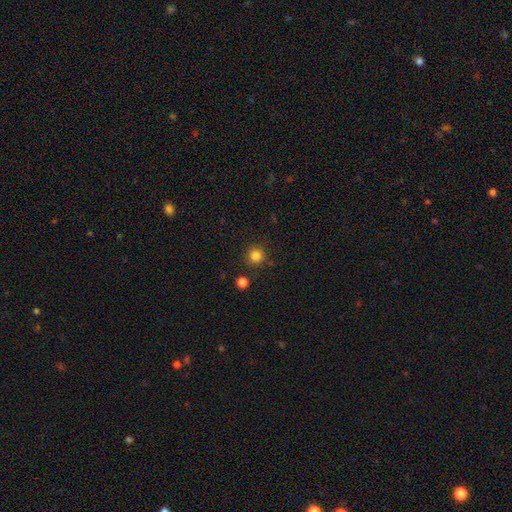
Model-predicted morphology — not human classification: Smooth or featured? Predicted: smooth (p=0.83). How rounded? Predicted: round (p=0.95). Merging? Predicted: none (p=0.88).